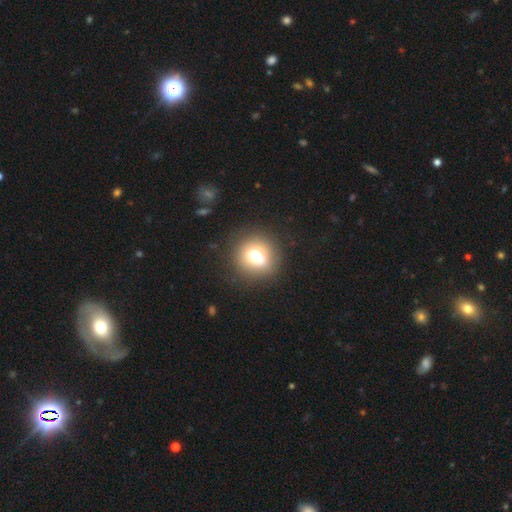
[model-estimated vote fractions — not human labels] Smooth or featured?
  - smooth: 73% *
  - featured or disk: 15%
  - star or artifact: 12%
How rounded?
  - round: 83% *
  - in between: 16%
  - cigar-shaped: 1%
Merging?
  - none: 83% *
  - minor disturbance: 11%
  - major disturbance: 4%
  - merger: 2%